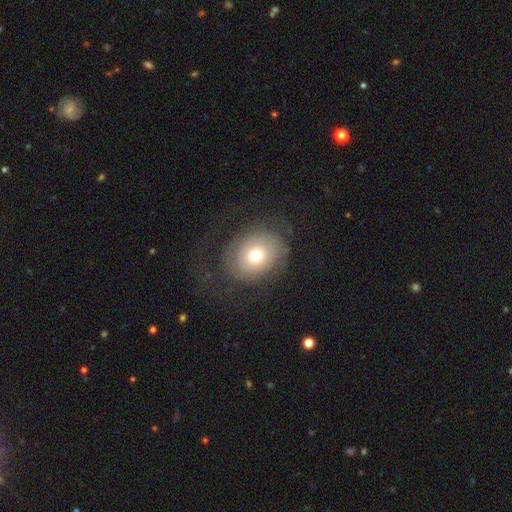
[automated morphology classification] A smooth galaxy with no disk features (64%) that is round (55%). Merging: none (65%).